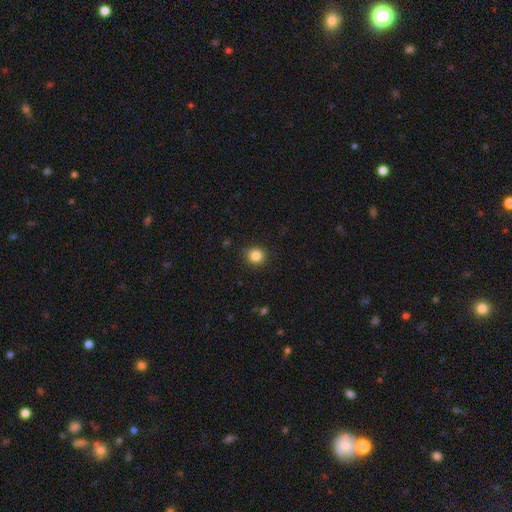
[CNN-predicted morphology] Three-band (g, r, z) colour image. It shows a smooth galaxy with no disk features (84%) that is round (90%). Merging: none (89%).